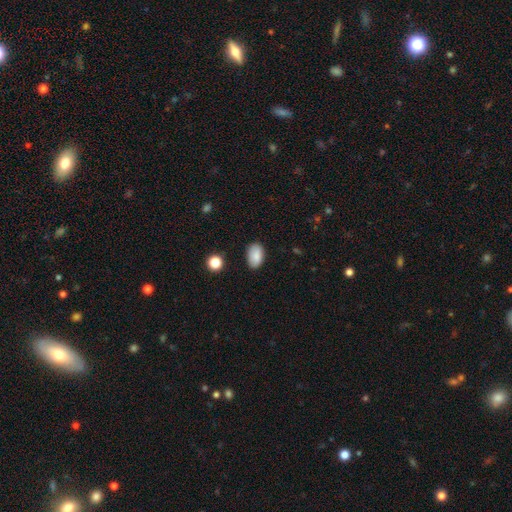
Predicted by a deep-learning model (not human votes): A smooth galaxy with no disk features (87%) that is in between round and cigar-shaped (92%).

Vote fractions:
- Smooth or featured? smooth: 87% / star or artifact: 8% / featured or disk: 5%
- How rounded? in between: 92% / round: 6% / cigar-shaped: 1%
- Merging? none: 83% / minor disturbance: 13% / major disturbance: 3% / merger: 1%